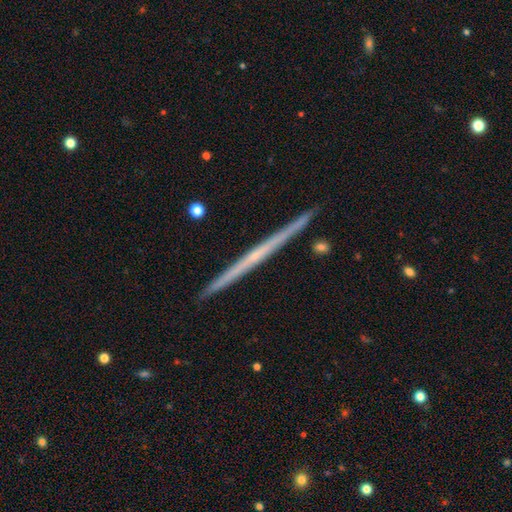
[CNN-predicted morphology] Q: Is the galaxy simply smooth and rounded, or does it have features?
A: featured or disk — 73%.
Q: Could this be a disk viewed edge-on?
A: yes — 98%.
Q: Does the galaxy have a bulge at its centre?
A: none — 74%.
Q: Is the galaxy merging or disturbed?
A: none — 92%.